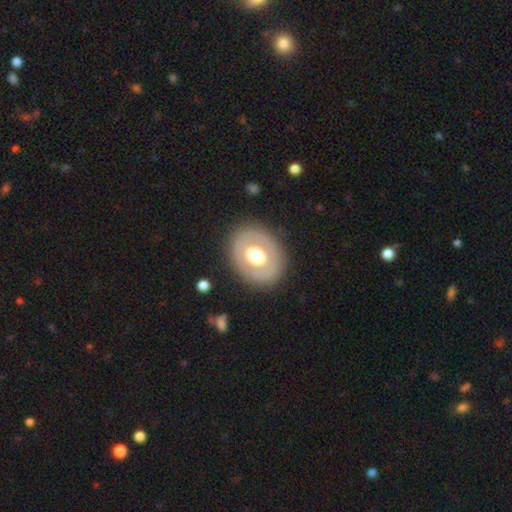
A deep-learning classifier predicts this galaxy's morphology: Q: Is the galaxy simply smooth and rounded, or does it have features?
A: smooth — 48%.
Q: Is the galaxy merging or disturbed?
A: none — 83%.